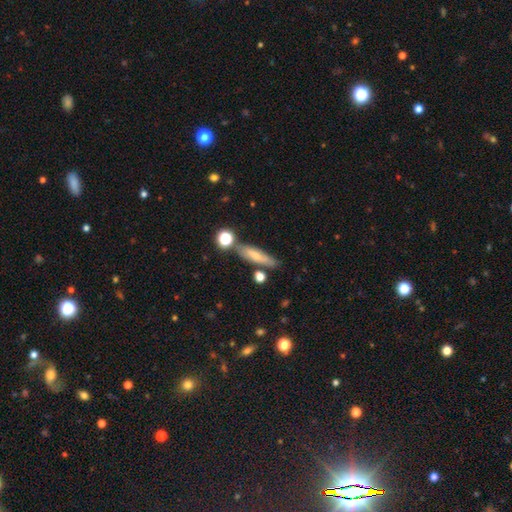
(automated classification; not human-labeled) smooth-or-featured: smooth: 63% | featured or disk: 27% | star or artifact: 10%
  how-rounded: cigar-shaped: 70% | in between: 25% | round: 4%
  merging: none: 69% | minor disturbance: 16% | merger: 10% | major disturbance: 5%